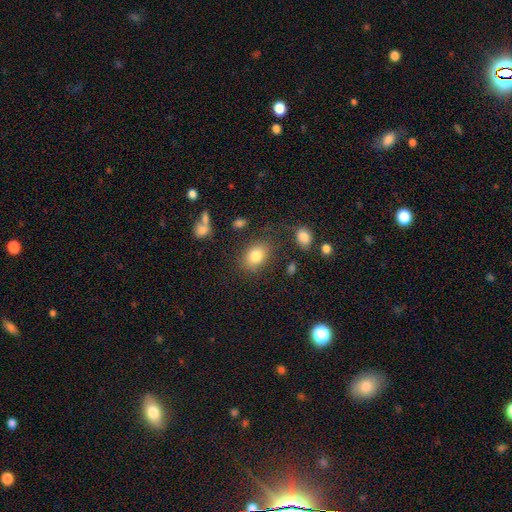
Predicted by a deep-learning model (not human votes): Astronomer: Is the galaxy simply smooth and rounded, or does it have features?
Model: smooth — 82%.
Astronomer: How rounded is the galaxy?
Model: in between — 70%.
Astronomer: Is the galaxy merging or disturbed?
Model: none — 77%.